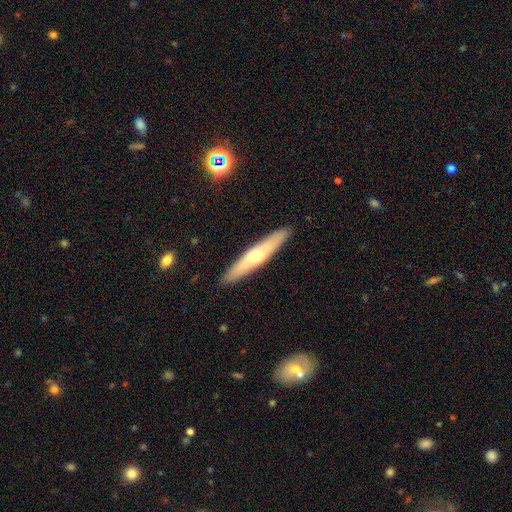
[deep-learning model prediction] Smooth or featured?
  - smooth: 48% *
  - featured or disk: 47%
  - star or artifact: 5%
Merging?
  - none: 90% *
  - minor disturbance: 7%
  - major disturbance: 1%
  - merger: 1%